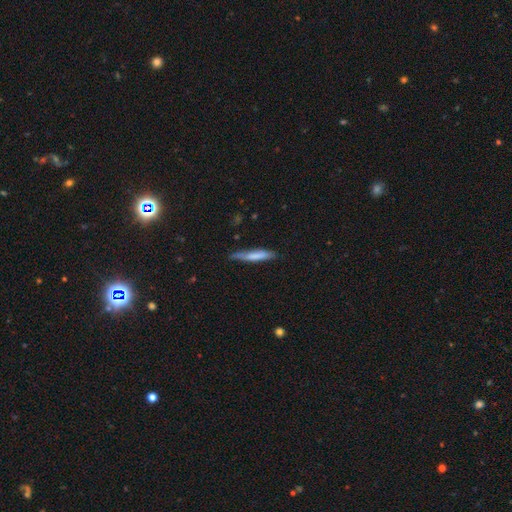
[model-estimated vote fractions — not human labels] This is likely a smooth galaxy (70%). How rounded: clearly cigar-shaped (91%). Merging: likely none (75%).